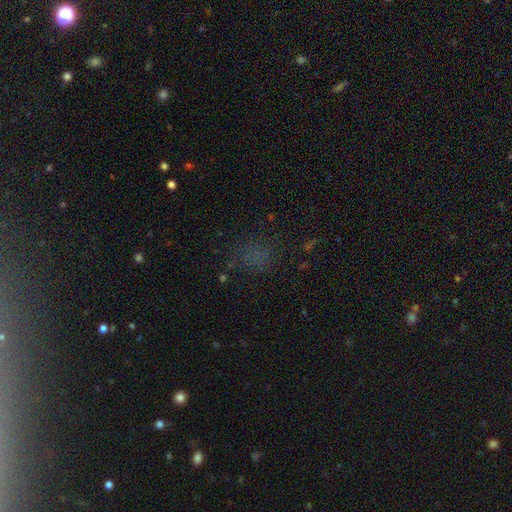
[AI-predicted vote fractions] Smooth or featured? smooth (54%)
How rounded? round (64%)
Merging? none (70%)